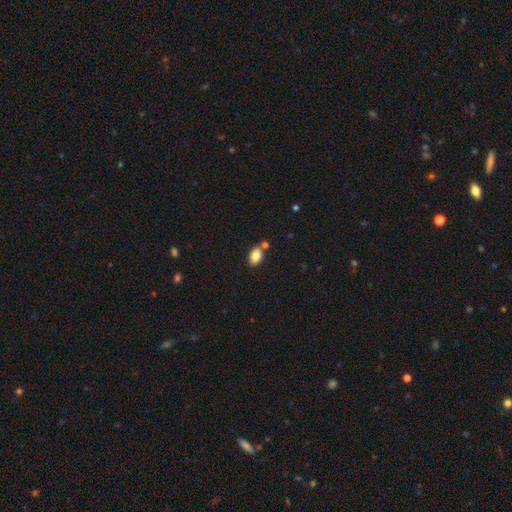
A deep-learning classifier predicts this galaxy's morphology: smooth-or-featured: smooth: 84% | star or artifact: 8% | featured or disk: 8%
  how-rounded: in between: 90% | round: 9% | cigar-shaped: 2%
  merging: none: 74% | merger: 12% | minor disturbance: 11% | major disturbance: 3%